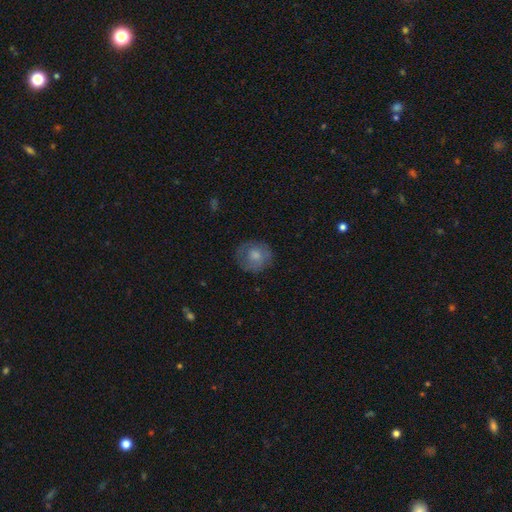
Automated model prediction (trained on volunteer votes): This is likely a smooth galaxy (67%). How rounded: clearly round (85%). Merging: likely none (71%).